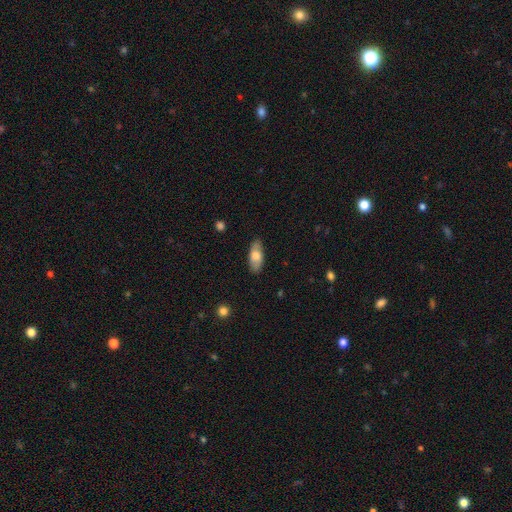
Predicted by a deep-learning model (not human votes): This appears to be a smooth galaxy with no disk features (69%) that is in between round and cigar-shaped (84%). Merging: none (83%).